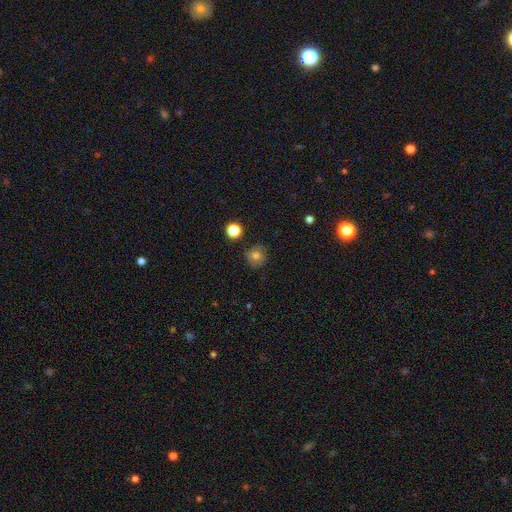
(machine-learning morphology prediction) This is likely a smooth galaxy (74%). How rounded: clearly round (89%). Merging: clearly none (80%).